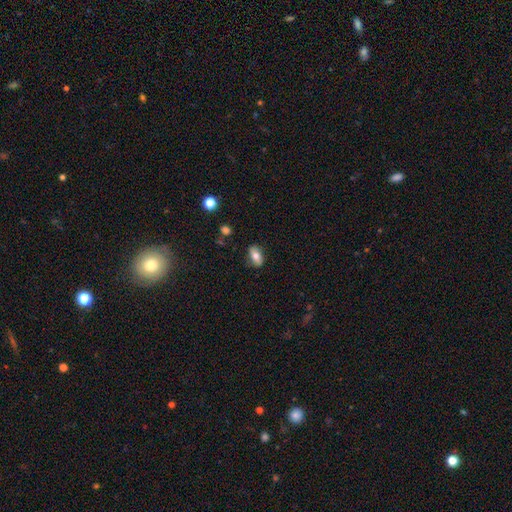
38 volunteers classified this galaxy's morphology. Volunteers were most divided on "merging": none: 70%, minor disturbance: 27%, major disturbance: 3%, merger: 0%. More confident: how rounded — in between (86%); smooth or featured — smooth (76%).